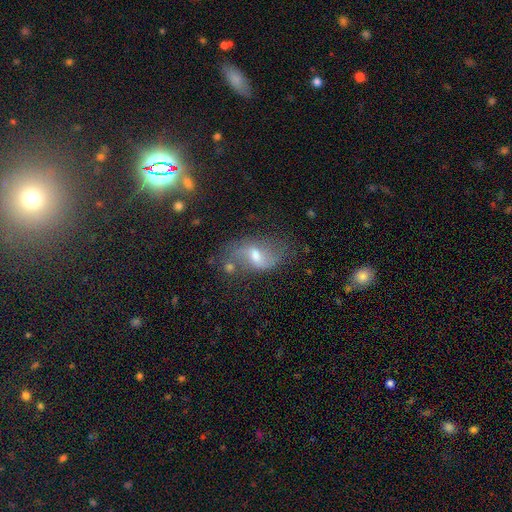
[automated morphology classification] Smooth or featured? featured or disk (68%)
Edge-on disk? no (94%)
Bar? weak (50%)
Spiral arms? yes (85%)
Spiral winding? loose (70%)
Spiral arm count? 2 (87%)
Bulge size? moderate (59%)
Merging? none (63%)